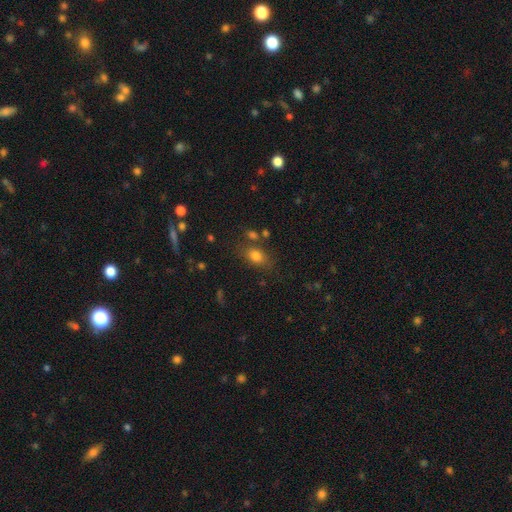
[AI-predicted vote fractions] Smooth or featured? Predicted: smooth (p=0.79). How rounded? Predicted: in between (p=0.75). Merging? Predicted: none (p=0.71).